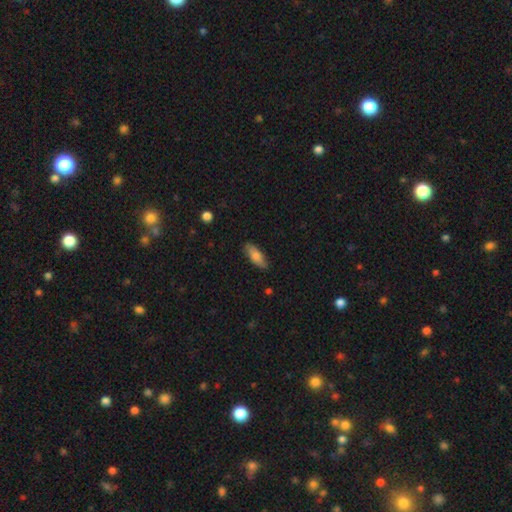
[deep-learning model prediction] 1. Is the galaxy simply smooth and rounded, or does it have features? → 78% smooth, 16% featured or disk, 6% star or artifact.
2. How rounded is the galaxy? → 66% in between, 32% cigar-shaped, 2% round.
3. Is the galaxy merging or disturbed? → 84% none, 12% minor disturbance, 2% major disturbance, 1% merger.